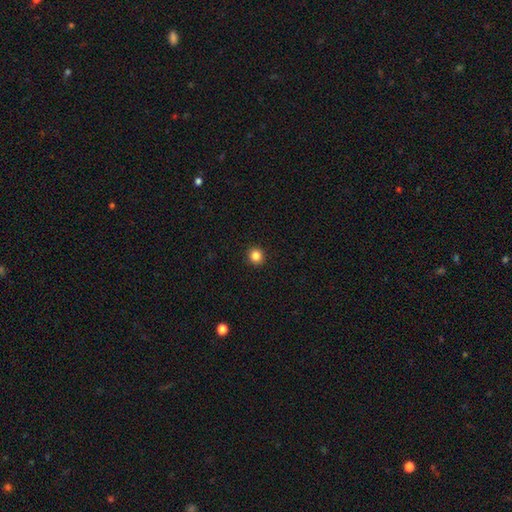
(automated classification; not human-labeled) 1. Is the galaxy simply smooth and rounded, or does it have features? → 85% smooth, 11% star or artifact, 4% featured or disk.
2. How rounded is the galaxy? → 93% round, 6% in between, 1% cigar-shaped.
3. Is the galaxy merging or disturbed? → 93% none, 4% minor disturbance, 2% major disturbance, 1% merger.